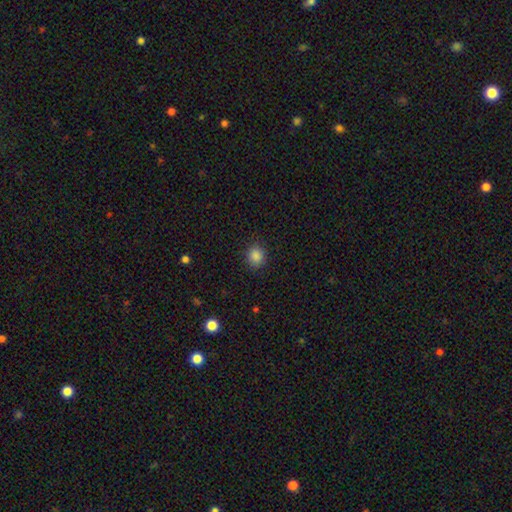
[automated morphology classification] smooth 86%, star or artifact 11%, featured or disk 3%. Down the decision tree: how rounded — round (81%); merging — none (89%).